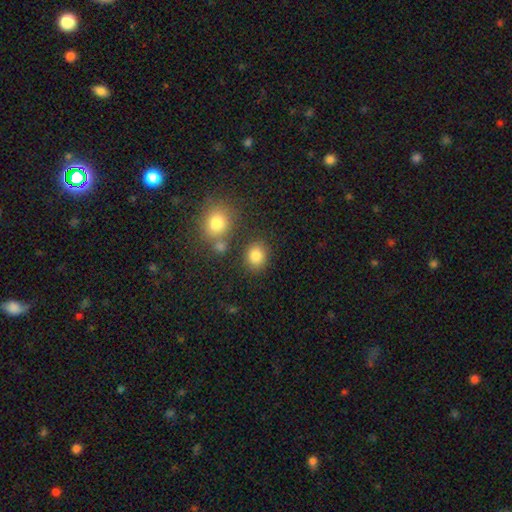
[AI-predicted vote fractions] Smooth or featured? smooth (83%)
How rounded? round (69%)
Merging? none (80%)